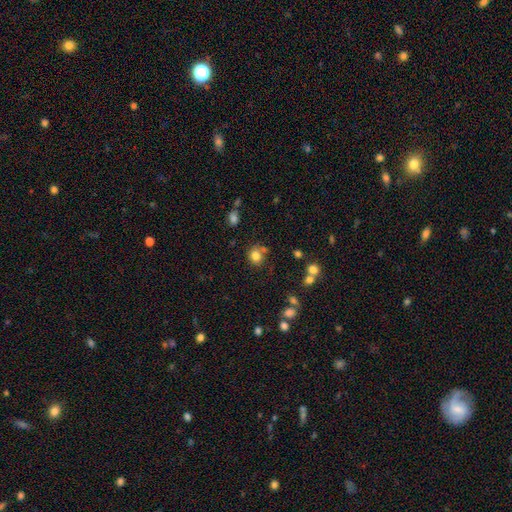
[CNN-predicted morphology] smooth_or_featured: smooth (p=0.80) [alt: star or artifact p=0.12]
how_rounded: round (p=0.76) [alt: in between p=0.23]
merging: none (p=0.67) [alt: minor disturbance p=0.15]